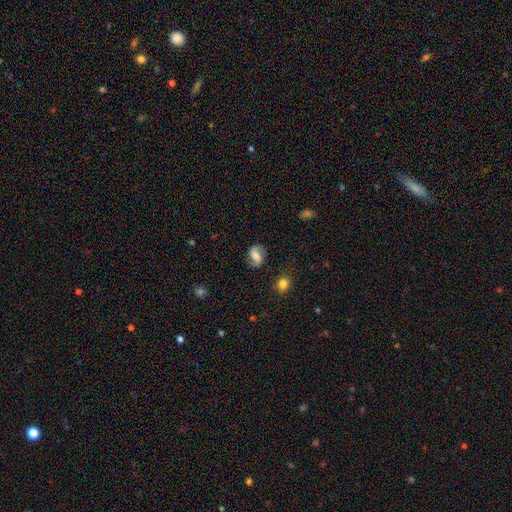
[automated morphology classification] Smooth or featured? Predicted: featured or disk (p=0.65). Edge-on disk? Predicted: no (p=0.97). Bar? Predicted: weak (p=0.45). Spiral arms? Predicted: yes (p=0.91). Spiral winding? Predicted: loose (p=0.42, tied with medium). Spiral arm count? Predicted: 2 (p=0.91). Bulge size? Predicted: moderate (p=0.52). Merging? Predicted: none (p=0.80).